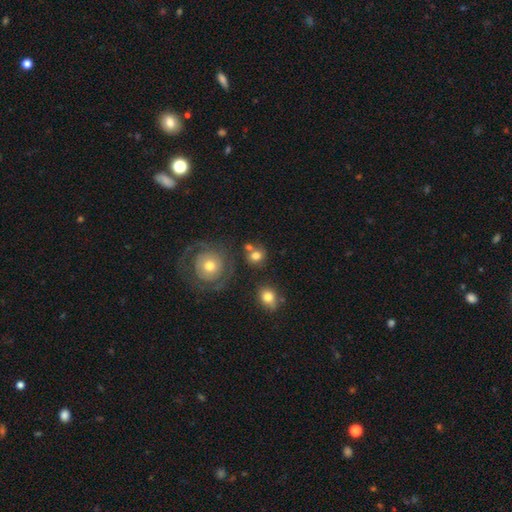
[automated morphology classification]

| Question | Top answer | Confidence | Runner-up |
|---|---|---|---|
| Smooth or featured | smooth | 74% | featured or disk (14%) |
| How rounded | round | 83% | in between (16%) |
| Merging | none | 65% | merger (17%) |